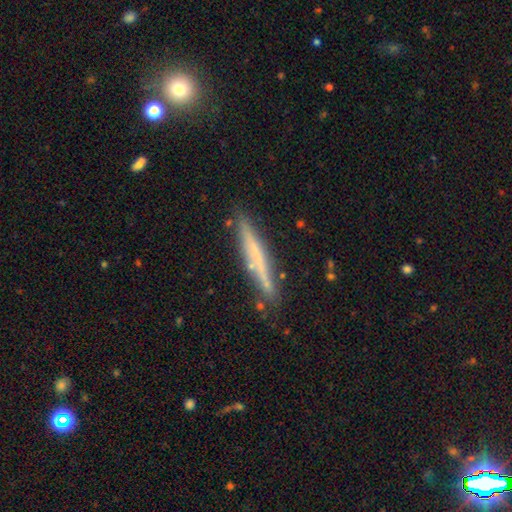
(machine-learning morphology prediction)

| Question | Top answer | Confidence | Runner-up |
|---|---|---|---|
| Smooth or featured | featured or disk | 51% | smooth (42%) |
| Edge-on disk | yes | 95% | no (5%) |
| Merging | none | 82% | minor disturbance (13%) |